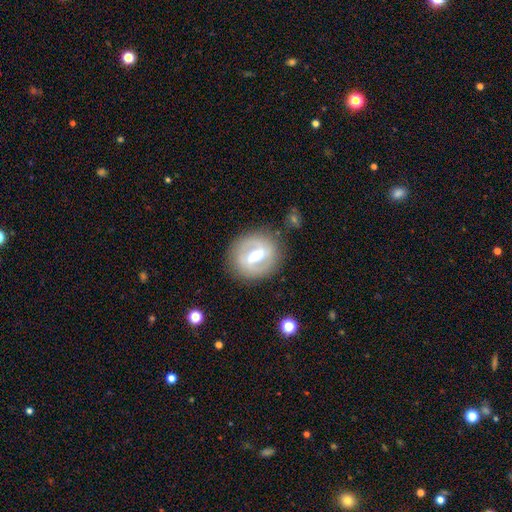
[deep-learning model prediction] A featured or disk galaxy (72%) with a strong bar (51%), spiral arms (64%) and a moderate central bulge (65%). Merging: none (79%).